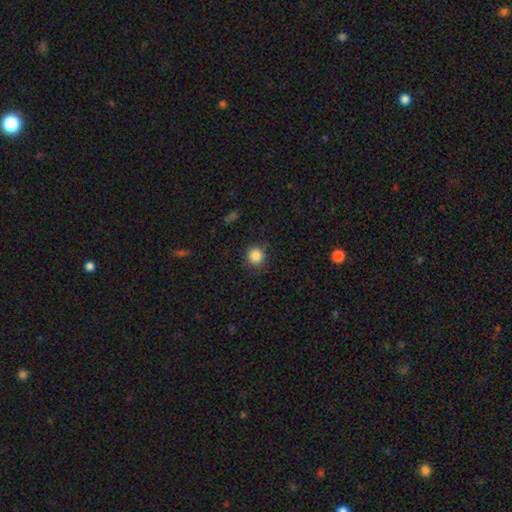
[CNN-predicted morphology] Smooth or featured? smooth (86%)
How rounded? round (92%)
Merging? none (87%)